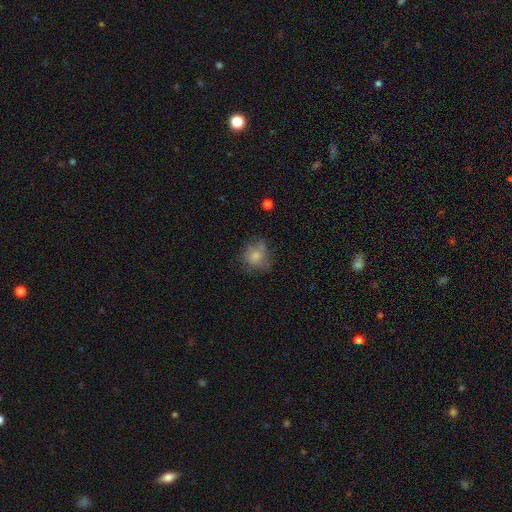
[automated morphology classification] This is likely a smooth galaxy (69%). How rounded: likely round (65%). Merging: possibly none (50%).